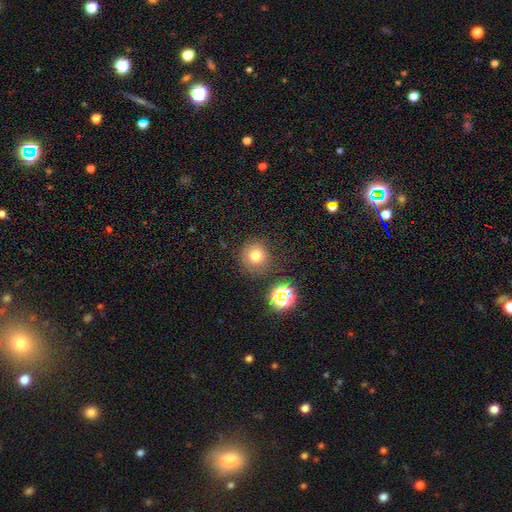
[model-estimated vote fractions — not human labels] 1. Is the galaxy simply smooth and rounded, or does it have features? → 73% smooth, 18% star or artifact, 9% featured or disk.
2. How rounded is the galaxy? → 93% round, 6% in between, 1% cigar-shaped.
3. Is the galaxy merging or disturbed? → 82% none, 10% minor disturbance, 4% merger, 4% major disturbance.